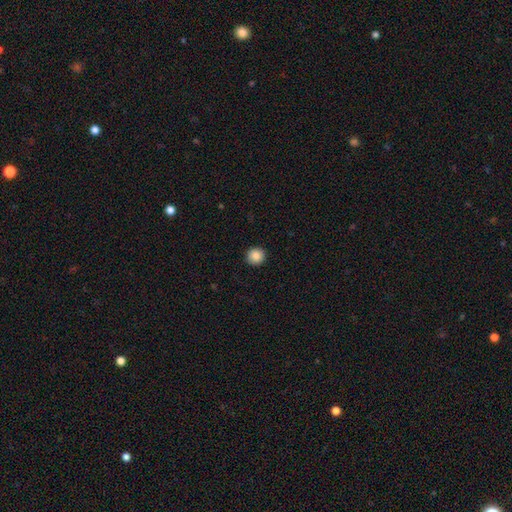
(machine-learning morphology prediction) This appears to be a smooth galaxy with no disk features (87%) that is round (94%). Merging: none (93%).